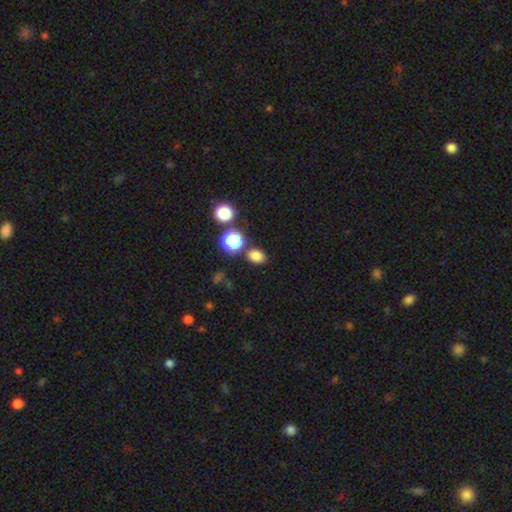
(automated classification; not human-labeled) A smooth galaxy with no disk features (80%) that is in between round and cigar-shaped (55%). Merging: none (77%).